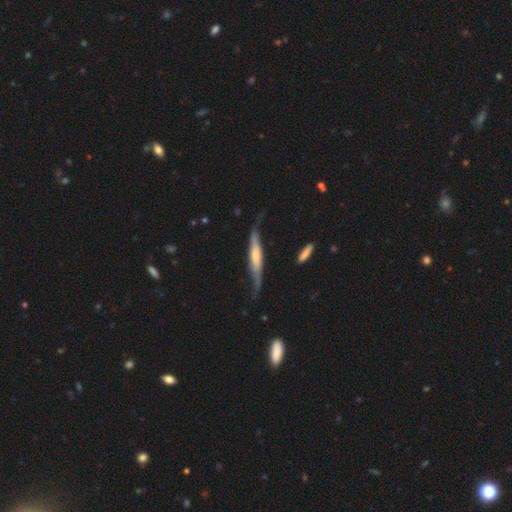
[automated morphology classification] Smooth or featured? Predicted: featured or disk (p=0.62). Edge-on disk? Predicted: yes (p=0.73). Merging? Predicted: none (p=0.52).